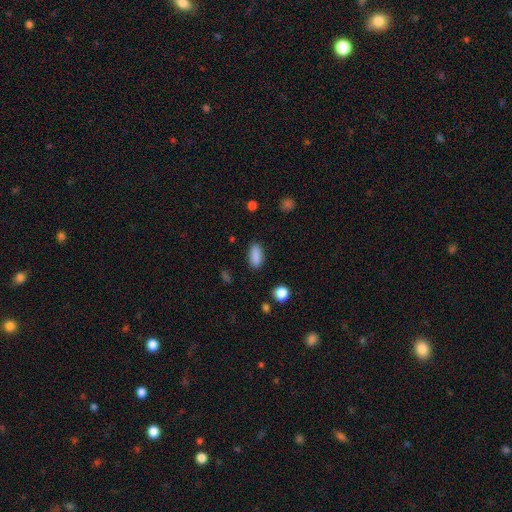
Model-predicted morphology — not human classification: smooth 88%, star or artifact 8%, featured or disk 4%. Down the decision tree: how rounded — in between (82%); merging — none (87%).